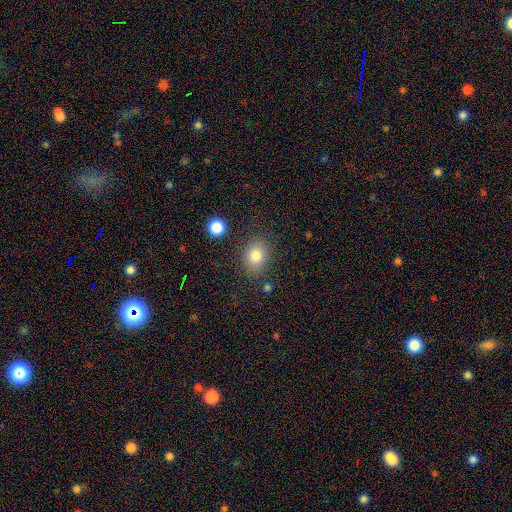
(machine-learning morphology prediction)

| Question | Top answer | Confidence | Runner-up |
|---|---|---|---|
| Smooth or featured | smooth | 81% | star or artifact (11%) |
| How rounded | in between | 55% | round (44%) |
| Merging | none | 81% | minor disturbance (11%) |